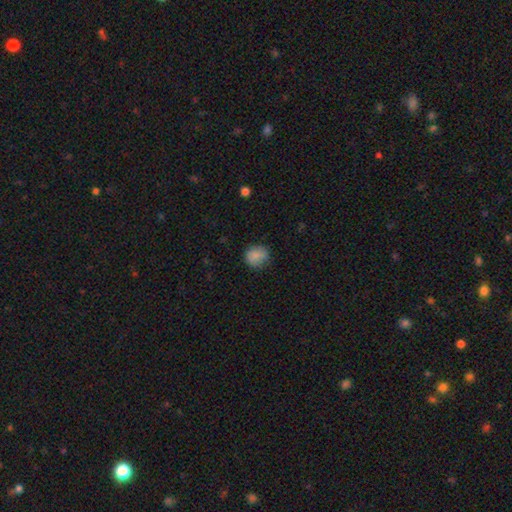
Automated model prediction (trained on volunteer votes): Smooth or featured?
  - smooth: 84% *
  - star or artifact: 9%
  - featured or disk: 7%
How rounded?
  - round: 76% *
  - in between: 23%
  - cigar-shaped: 1%
Merging?
  - none: 73% *
  - minor disturbance: 21%
  - major disturbance: 5%
  - merger: 1%